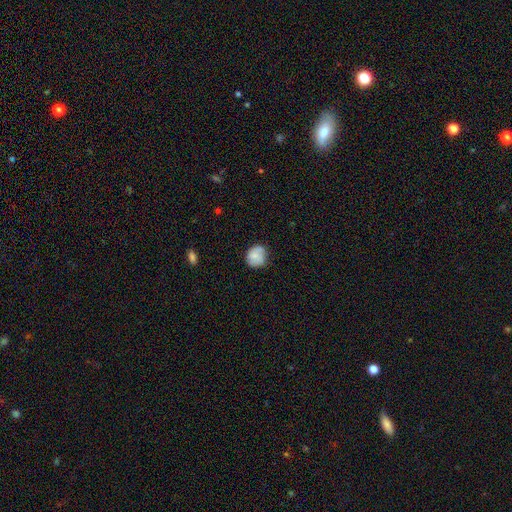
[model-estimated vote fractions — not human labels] A smooth galaxy with no disk features (70%) that is round (78%). Merging: none (61%).